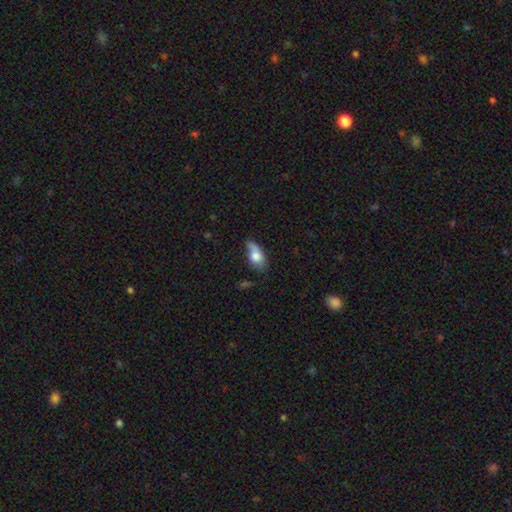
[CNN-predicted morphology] Overall: smooth (71%). How rounded: in between (84%). Merging: none (37%, tied with minor disturbance).